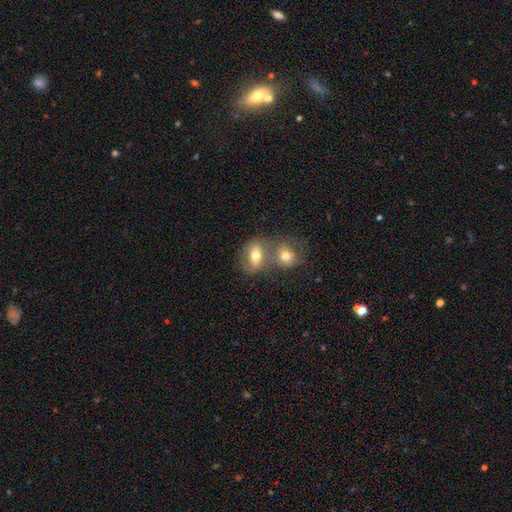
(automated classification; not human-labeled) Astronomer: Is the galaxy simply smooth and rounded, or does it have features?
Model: smooth — 66%.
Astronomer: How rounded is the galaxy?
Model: in between — 74%.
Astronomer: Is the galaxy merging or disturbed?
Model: merger — 50% (runner-up: none, 34%).